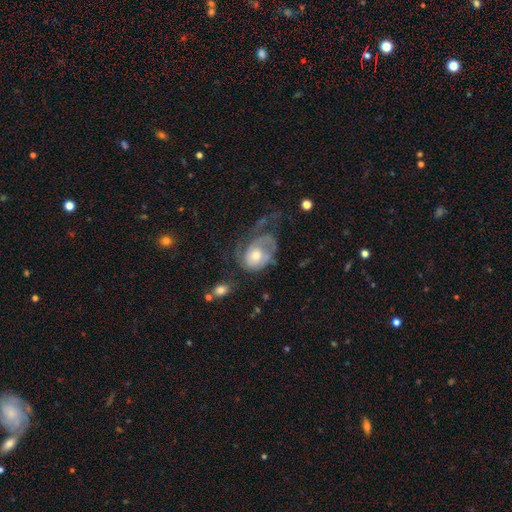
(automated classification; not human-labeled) Morphology: type=featured or disk (61%); edge-on=no (96%); bar=no (80%); spiral arms=yes (71%); bulge=moderate (64%); merging=major disturbance (49%).